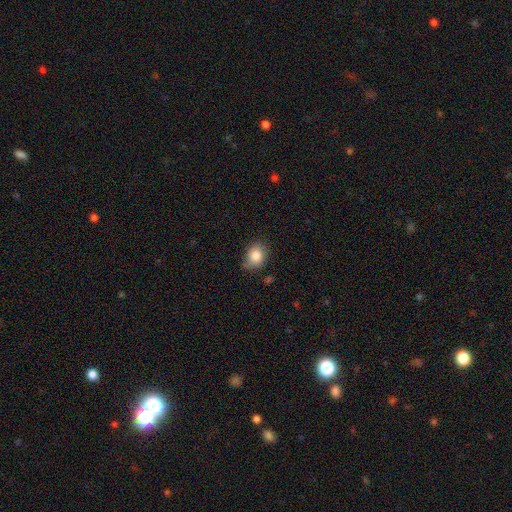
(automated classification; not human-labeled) smooth 84%, star or artifact 9%, featured or disk 7%. Down the decision tree: how rounded — round (53%); merging — none (66%).